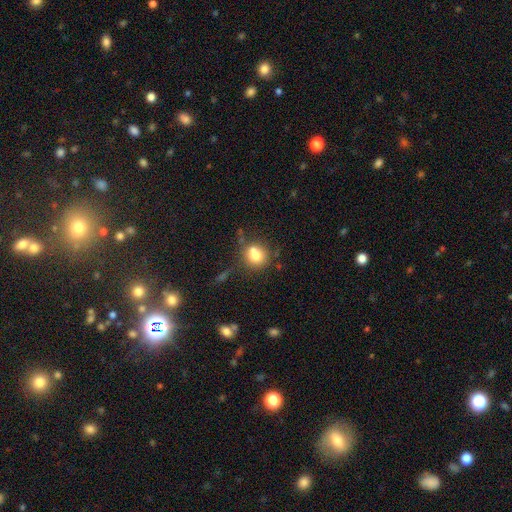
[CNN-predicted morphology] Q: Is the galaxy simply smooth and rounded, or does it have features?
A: smooth — 74%.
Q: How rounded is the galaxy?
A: round — 76%.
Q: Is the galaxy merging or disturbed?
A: none — 50%.